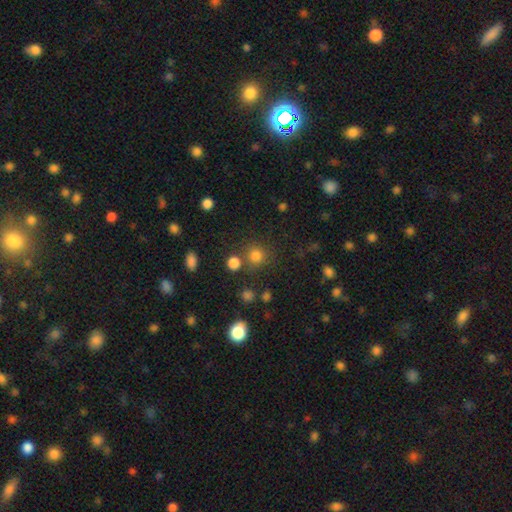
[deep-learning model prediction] Smooth or featured? smooth (79%)
How rounded? round (90%)
Merging? none (74%)